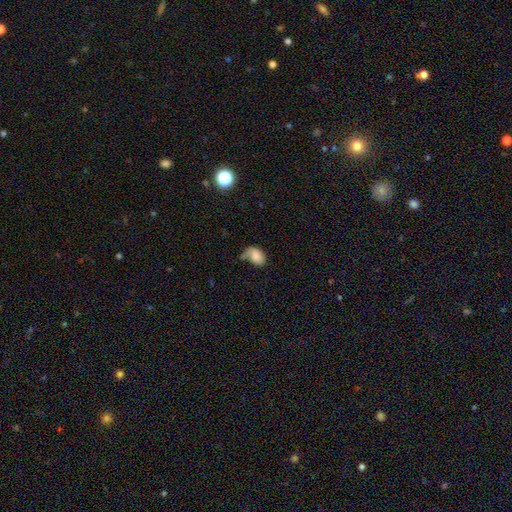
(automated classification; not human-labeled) A smooth galaxy with no disk features (72%) that is in between round and cigar-shaped (83%).

Vote fractions:
- Smooth or featured? smooth: 72% / featured or disk: 19% / star or artifact: 10%
- How rounded? in between: 83% / round: 16% / cigar-shaped: 1%
- Merging? none: 36% / minor disturbance: 32% / major disturbance: 24% / merger: 9%